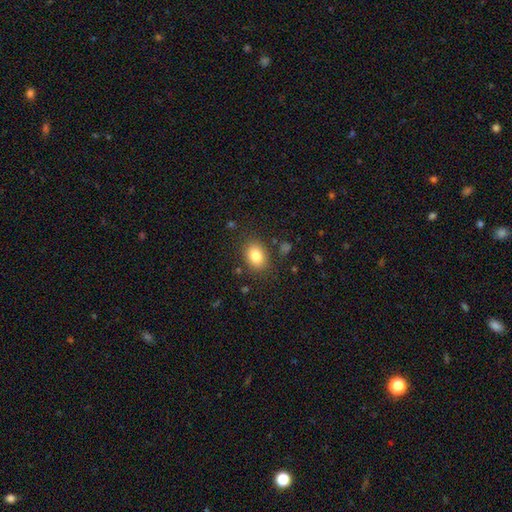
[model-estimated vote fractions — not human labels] Morphology: type=smooth (82%); roundness=in between (69%); merging=none (84%).